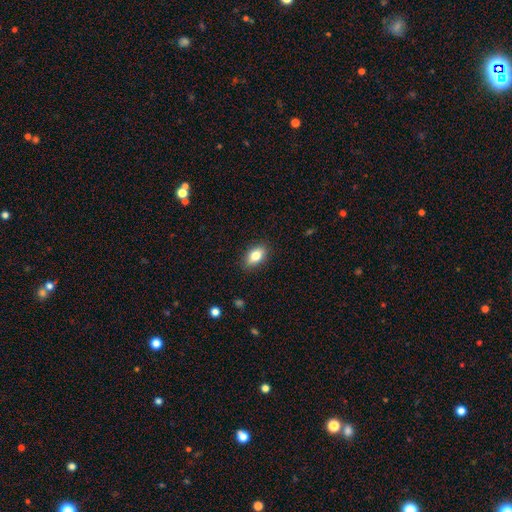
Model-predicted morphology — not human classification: Smooth or featured? Predicted: smooth (p=0.80). How rounded? Predicted: in between (p=0.88). Merging? Predicted: none (p=0.87).